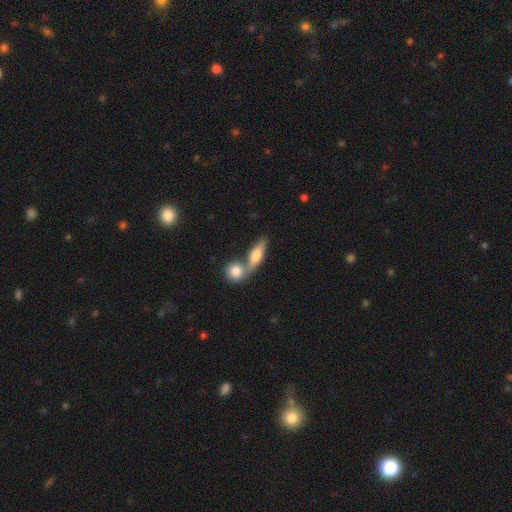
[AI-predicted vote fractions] A smooth galaxy with no disk features (55%) that is in between round and cigar-shaped (50%). Merging: merger (49%).